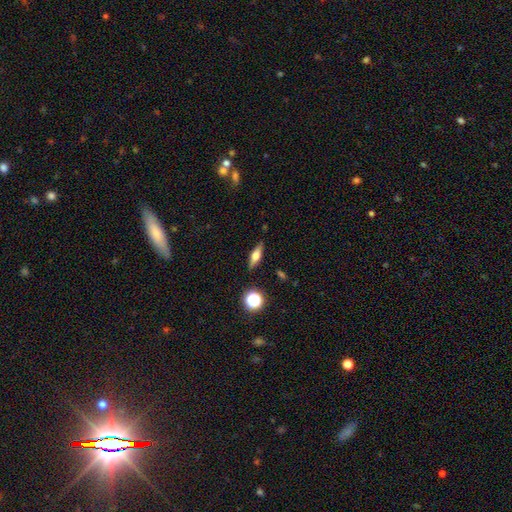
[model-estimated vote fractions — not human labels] Morphology: type=smooth (50%); merging=none (86%).